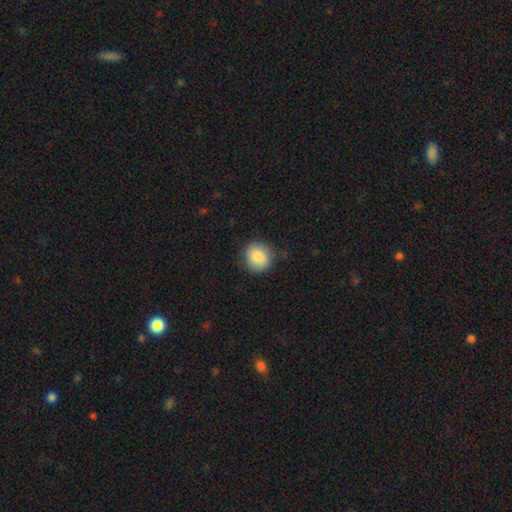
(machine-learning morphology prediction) A smooth galaxy with no disk features (86%) that is round (86%).

Vote fractions:
- Smooth or featured? smooth: 86% / star or artifact: 8% / featured or disk: 7%
- How rounded? round: 86% / in between: 13% / cigar-shaped: 1%
- Merging? none: 84% / minor disturbance: 12% / major disturbance: 3% / merger: 1%